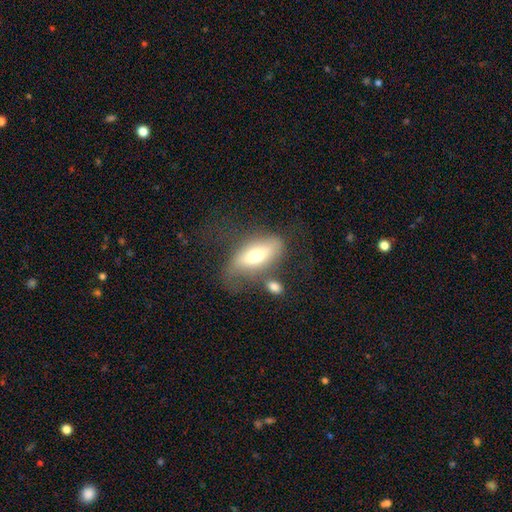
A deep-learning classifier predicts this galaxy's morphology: Overall: smooth (61%; featured or disk 32%). How rounded: in between (81%). Merging: none (42%; minor disturbance 25%).